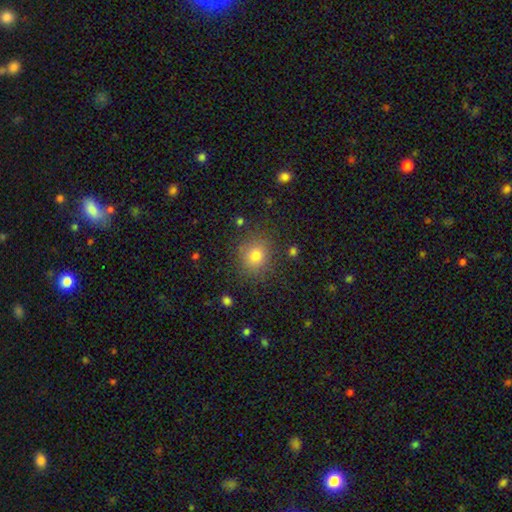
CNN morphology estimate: Q: Smooth or featured?
A: smooth (77%); runner-up: star or artifact (14%)
Q: How rounded?
A: round (83%); runner-up: in between (16%)
Q: Merging?
A: none (83%); runner-up: minor disturbance (11%)